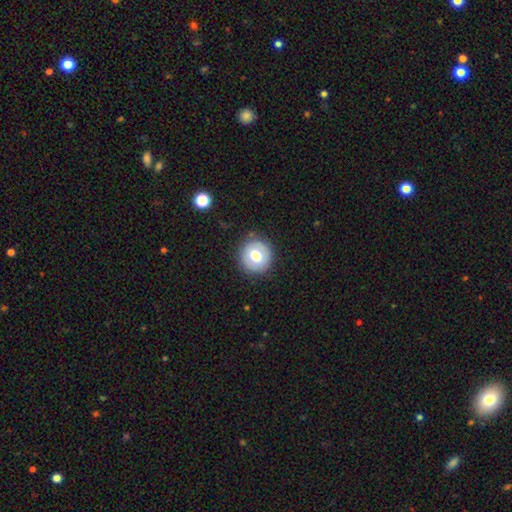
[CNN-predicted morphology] Smooth or featured? Predicted: smooth (p=0.72). How rounded? Predicted: round (p=0.94). Merging? Predicted: none (p=0.89).